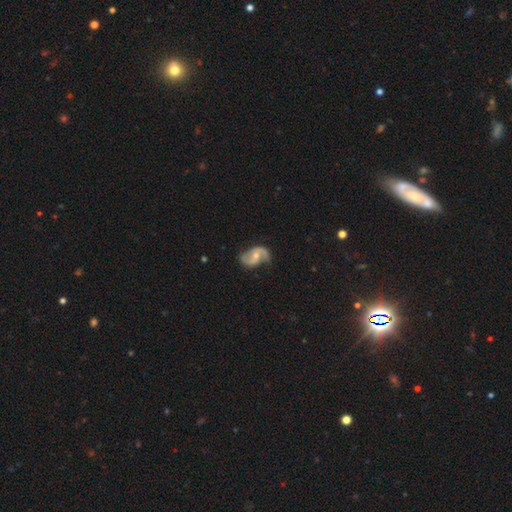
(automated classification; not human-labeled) Smooth or featured?
  - featured or disk: 80% *
  - smooth: 15%
  - star or artifact: 5%
Edge-on disk?
  - no: 97% *
  - yes: 3%
Bar?
  - weak: 44% *
  - no: 40%
  - strong: 15%
Spiral arms?
  - yes: 93% *
  - no: 7%
Spiral winding?
  - loose: 46% *
  - medium: 41%
  - tight: 13%
Spiral arm count?
  - 2: 87% *
  - 1: 6%
  - can't tell: 4%
  - 3: 1%
  - 4: 1%
  - more than 4: 1%
Bulge size?
  - moderate: 50% *
  - small: 44%
  - none: 3%
  - large: 2%
  - dominant: 1%
Merging?
  - none: 62% *
  - minor disturbance: 25%
  - major disturbance: 11%
  - merger: 2%